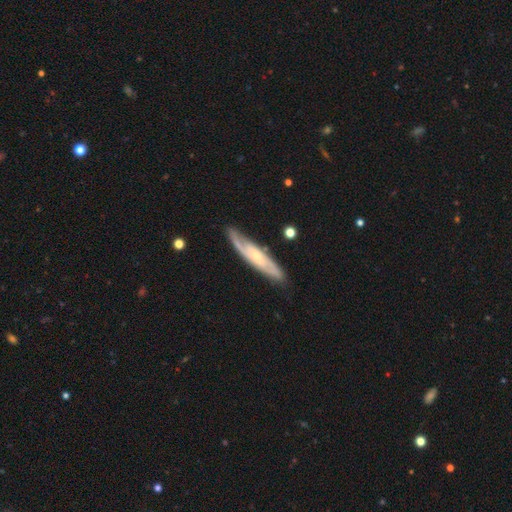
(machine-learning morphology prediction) Smooth or featured: featured or disk — 73% (smooth — 22%)
Edge-on disk: no — 58% (yes — 42%)
Merging: none — 77% (minor disturbance — 17%)